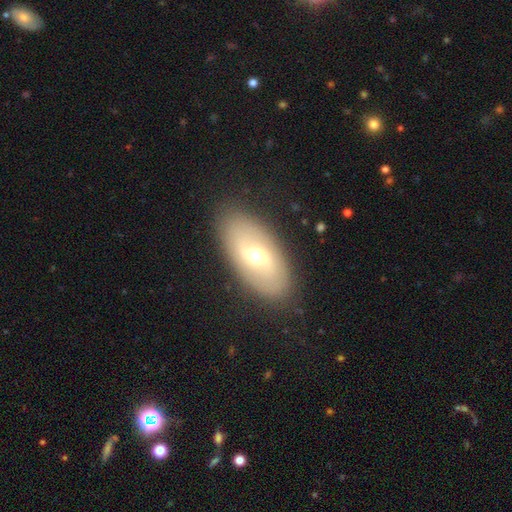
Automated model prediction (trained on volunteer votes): A featured or disk galaxy (51%). Merging: none (88%).